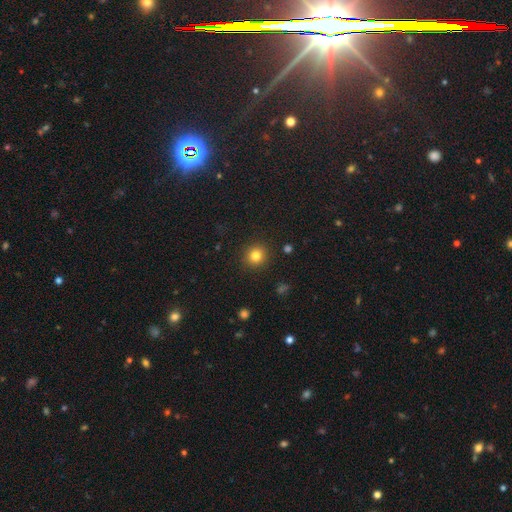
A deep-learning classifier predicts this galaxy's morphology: smooth-or-featured: smooth: 82% | star or artifact: 12% | featured or disk: 6%
  how-rounded: round: 92% | in between: 7% | cigar-shaped: 1%
  merging: none: 91% | minor disturbance: 6% | major disturbance: 2% | merger: 1%